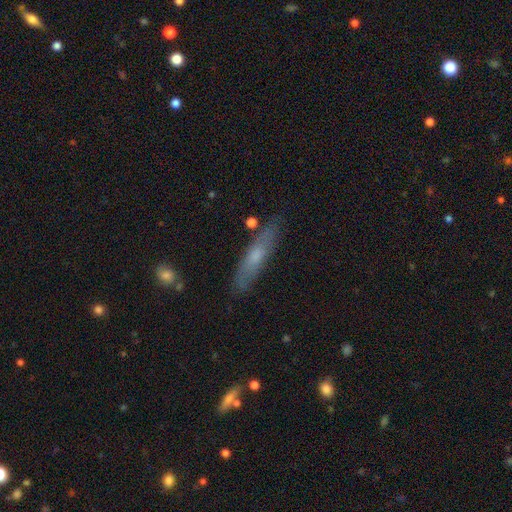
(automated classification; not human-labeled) smooth 51%, featured or disk 41%, star or artifact 8%. Down the decision tree: how rounded — cigar-shaped (80%); merging — none (81%).